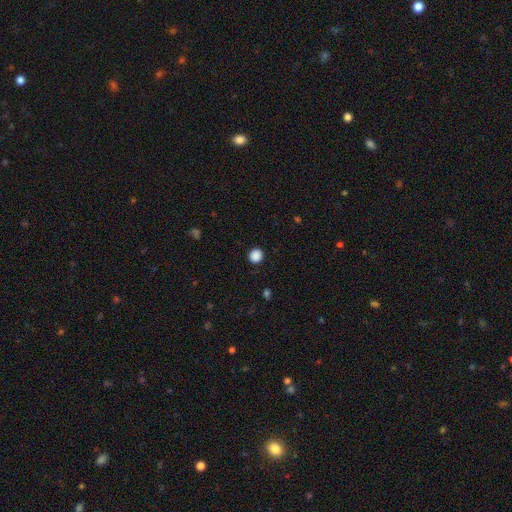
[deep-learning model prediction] Morphology: type=smooth (88%); roundness=round (90%); merging=none (91%).